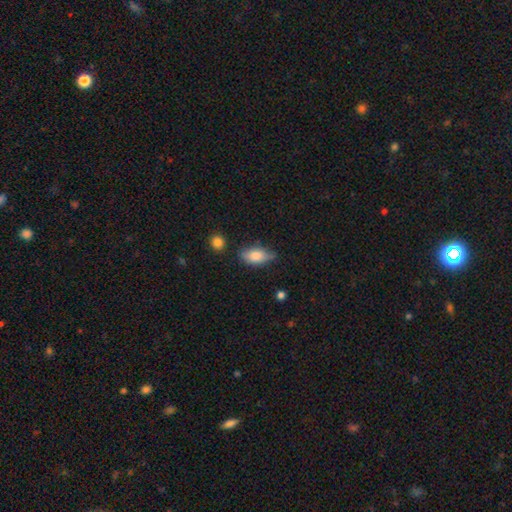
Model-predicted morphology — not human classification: A smooth galaxy with no disk features (75%) that is in between round and cigar-shaped (86%). Merging: none (60%).